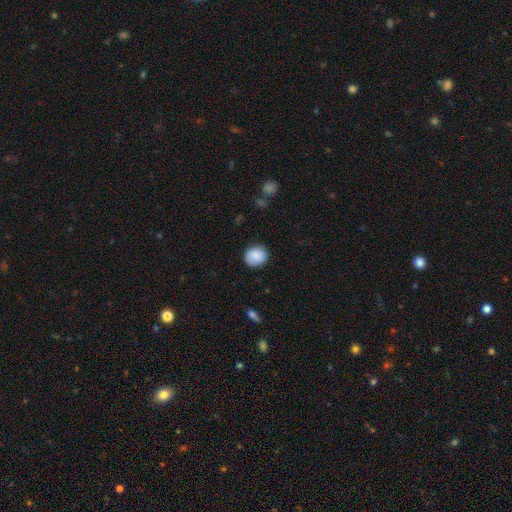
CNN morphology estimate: Smooth or featured? Predicted: smooth (p=0.84). How rounded? Predicted: round (p=0.82). Merging? Predicted: none (p=0.84).